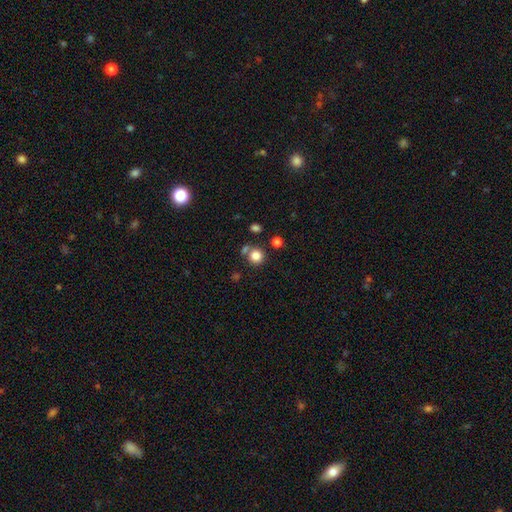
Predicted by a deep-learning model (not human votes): A smooth galaxy with no disk features (82%) that is round (91%). Merging: none (71%).